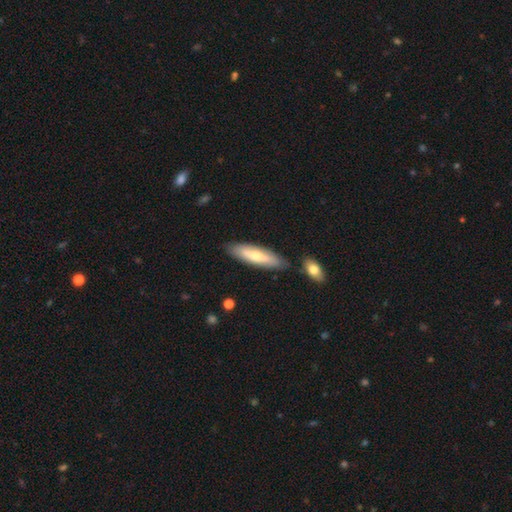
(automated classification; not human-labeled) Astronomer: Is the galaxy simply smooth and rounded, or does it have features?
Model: smooth — 58% (runner-up: featured or disk, 37%).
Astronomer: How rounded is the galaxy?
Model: cigar-shaped — 64%.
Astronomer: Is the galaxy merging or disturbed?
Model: none — 82%.